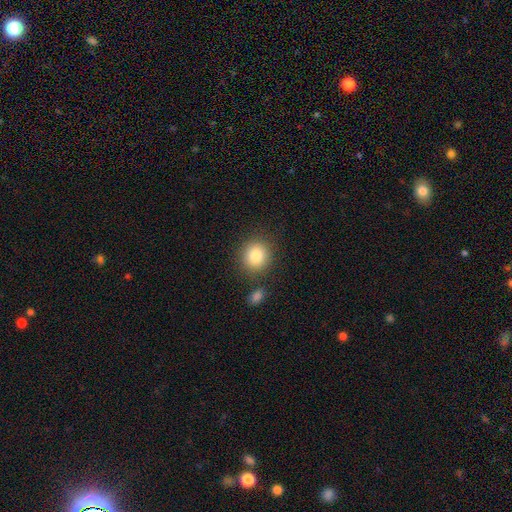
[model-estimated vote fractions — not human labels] Smooth or featured? smooth (84%)
How rounded? round (85%)
Merging? none (81%)